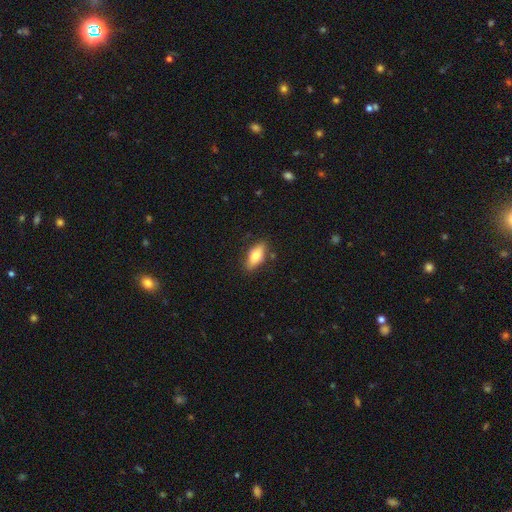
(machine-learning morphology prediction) smooth_or_featured: smooth (p=0.70) [alt: featured or disk p=0.23]
how_rounded: in between (p=0.79) [alt: cigar-shaped p=0.17]
merging: none (p=0.82) [alt: minor disturbance p=0.13]